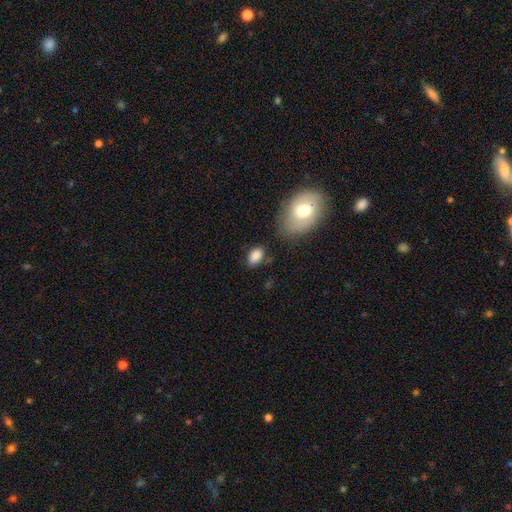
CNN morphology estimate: Smooth or featured? Predicted: smooth (p=0.86). How rounded? Predicted: in between (p=0.87). Merging? Predicted: none (p=0.76).